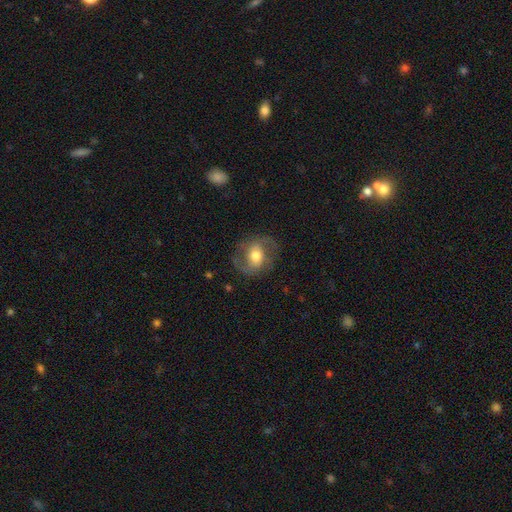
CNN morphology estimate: A featured or disk galaxy (72%) with a weak bar (41%), 2 (89%) medium (51%) spiral arms (89%) and a moderate central bulge (66%). Merging: none (76%).